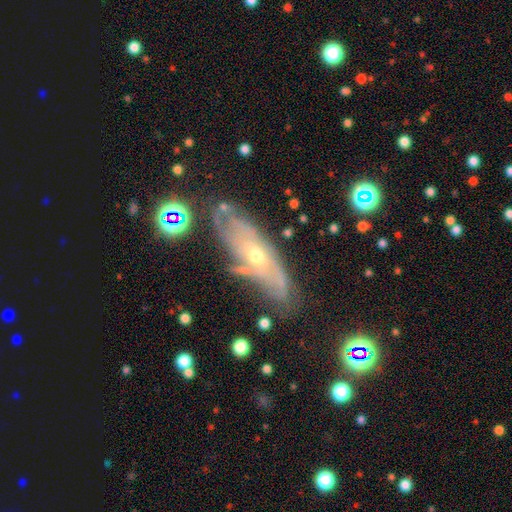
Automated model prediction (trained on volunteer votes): smooth-or-featured: featured or disk: 77% | smooth: 15% | star or artifact: 9%
  disk-edge-on: no: 75% | yes: 25%
    bar: no: 70% | weak: 23% | strong: 7%
    has-spiral-arms: yes: 85% | no: 15%
    bulge-size: small: 51% | moderate: 46% | large: 2% | none: 1% | dominant: 1%
  merging: none: 71% | minor disturbance: 19% | major disturbance: 6% | merger: 4%